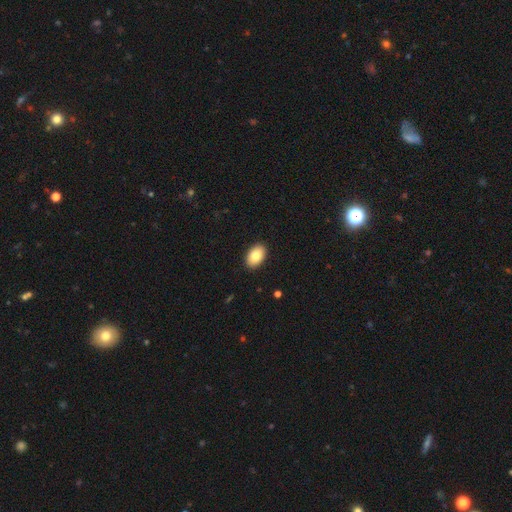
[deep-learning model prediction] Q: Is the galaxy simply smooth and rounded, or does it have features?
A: smooth — 83%.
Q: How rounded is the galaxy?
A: in between — 92%.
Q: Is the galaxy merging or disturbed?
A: none — 91%.